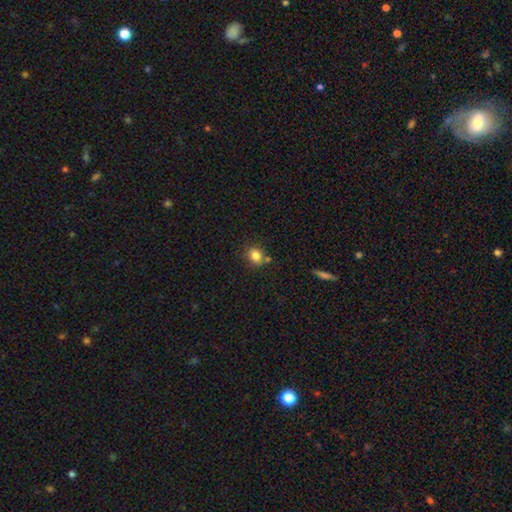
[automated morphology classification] A smooth galaxy with no disk features (83%) that is round (79%).

Vote fractions:
- Smooth or featured? smooth: 83% / star or artifact: 11% / featured or disk: 6%
- How rounded? round: 79% / in between: 20% / cigar-shaped: 1%
- Merging? none: 72% / minor disturbance: 13% / merger: 12% / major disturbance: 3%